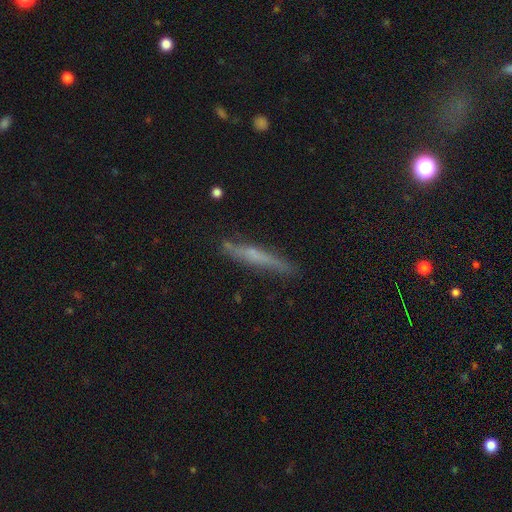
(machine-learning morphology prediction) smooth_or_featured: smooth (p=0.47) [alt: featured or disk p=0.45]
merging: none (p=0.80) [alt: minor disturbance p=0.15]